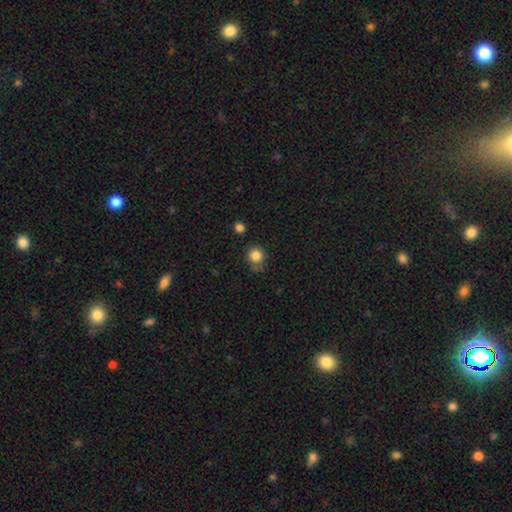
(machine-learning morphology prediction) Smooth or featured?
  - smooth: 84% *
  - star or artifact: 11%
  - featured or disk: 5%
How rounded?
  - round: 89% *
  - in between: 10%
  - cigar-shaped: 1%
Merging?
  - none: 67% *
  - minor disturbance: 22%
  - major disturbance: 6%
  - merger: 5%